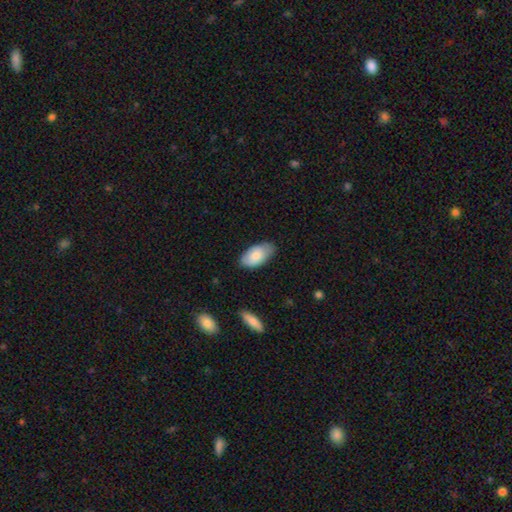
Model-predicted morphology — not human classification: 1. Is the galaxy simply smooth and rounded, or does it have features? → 79% smooth, 15% featured or disk, 6% star or artifact.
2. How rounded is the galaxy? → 95% in between, 3% round, 2% cigar-shaped.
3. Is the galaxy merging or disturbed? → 76% none, 20% minor disturbance, 3% major disturbance, 1% merger.